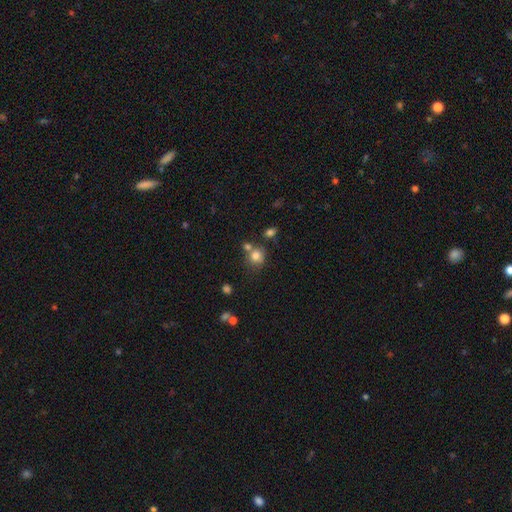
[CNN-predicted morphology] type=smooth (79%); roundness=round (79%); merging=none (57%).